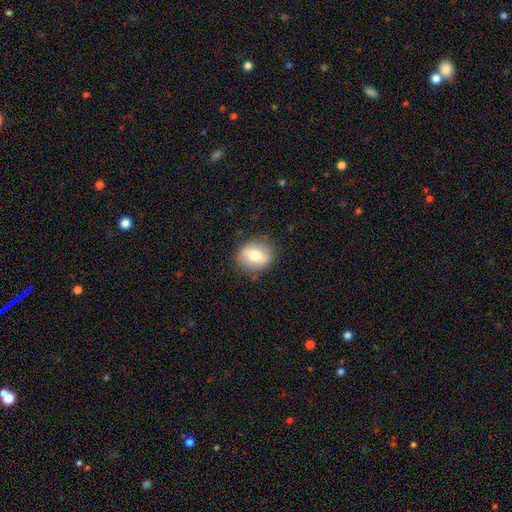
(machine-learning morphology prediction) Overall: smooth (71%). How rounded: round (62%; in between 36%). Merging: none (83%).